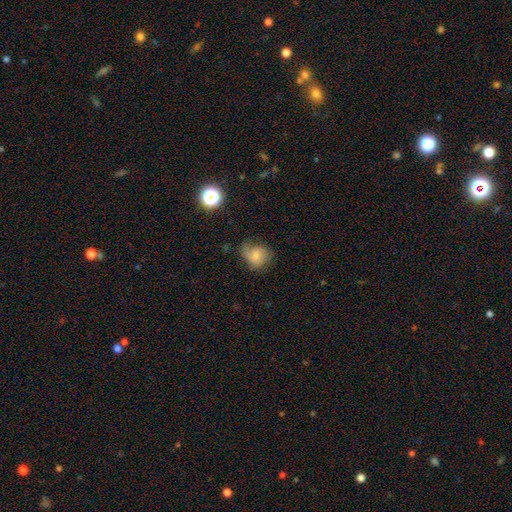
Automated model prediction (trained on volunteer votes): Overall: smooth (62%; featured or disk 27%). How rounded: round (60%; in between 39%). Merging: none (45%; minor disturbance 33%).